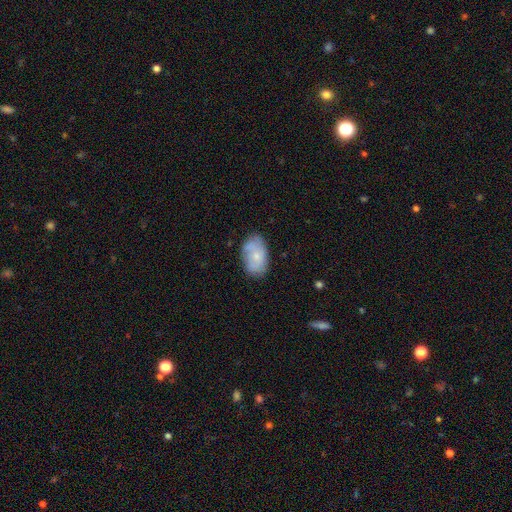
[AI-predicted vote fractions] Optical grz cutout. It shows a smooth galaxy with no disk features (66%) that is in between round and cigar-shaped (91%). Merging: none (68%).